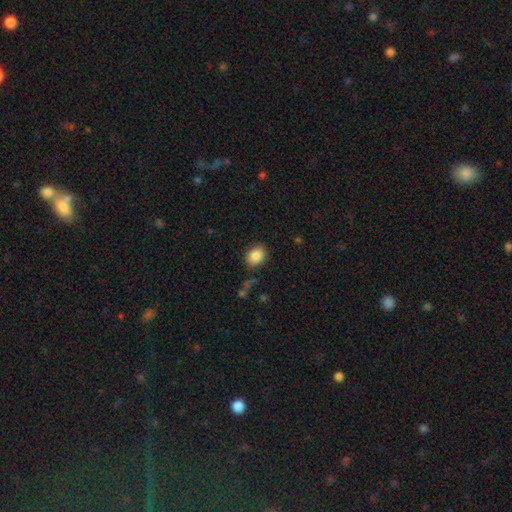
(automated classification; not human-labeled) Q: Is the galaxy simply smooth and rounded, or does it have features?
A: smooth — 86%.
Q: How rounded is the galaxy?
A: in between — 67%.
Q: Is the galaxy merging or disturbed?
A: none — 84%.